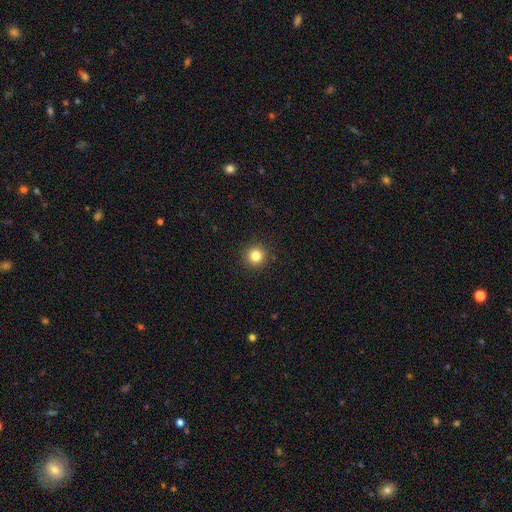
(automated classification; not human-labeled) This is clearly a smooth galaxy (82%). How rounded: clearly round (95%). Merging: clearly none (93%).